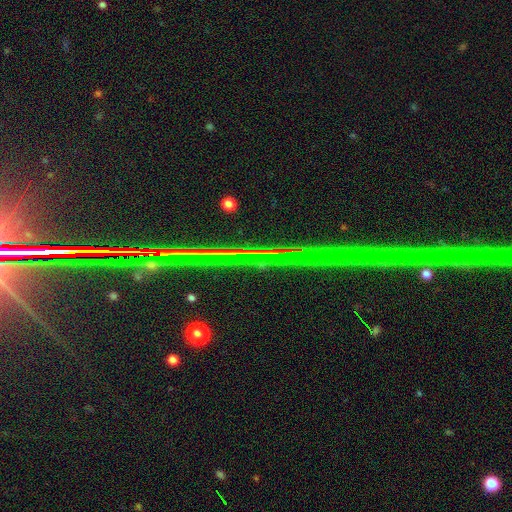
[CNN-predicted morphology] Smooth or featured: star or artifact — 86% (featured or disk — 9%)